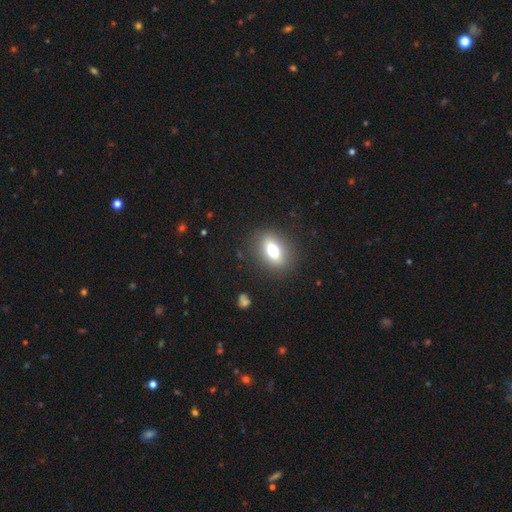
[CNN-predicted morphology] Smooth or featured?
  - smooth: 68% *
  - featured or disk: 17%
  - star or artifact: 15%
How rounded?
  - in between: 69% *
  - round: 28%
  - cigar-shaped: 4%
Merging?
  - none: 89% *
  - minor disturbance: 7%
  - major disturbance: 2%
  - merger: 1%